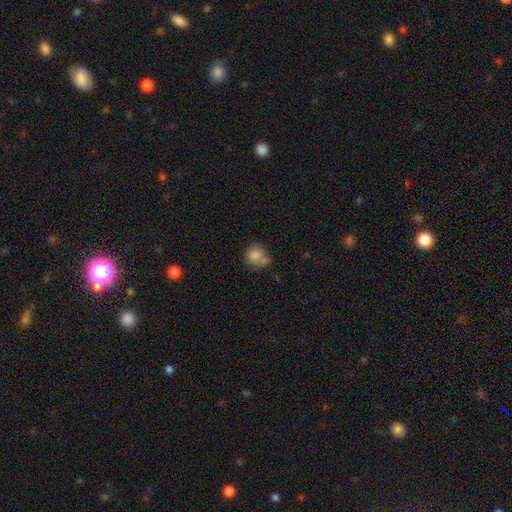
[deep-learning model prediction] smooth_or_featured: smooth (p=0.81) [alt: featured or disk p=0.10]
how_rounded: round (p=0.76) [alt: in between p=0.23]
merging: none (p=0.46) [alt: merger p=0.26]